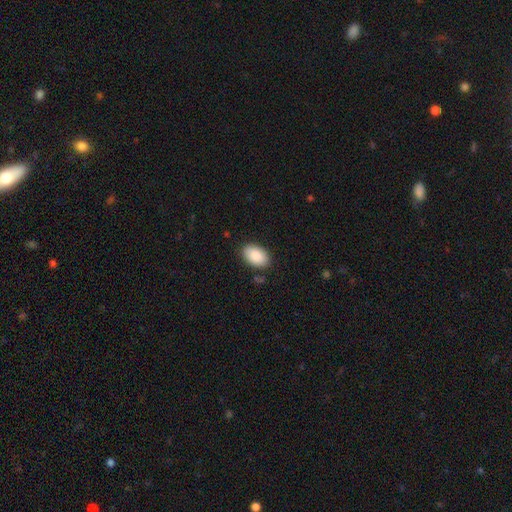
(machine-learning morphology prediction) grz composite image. It shows a smooth galaxy with no disk features (90%) that is in between round and cigar-shaped (91%). Merging: none (85%).